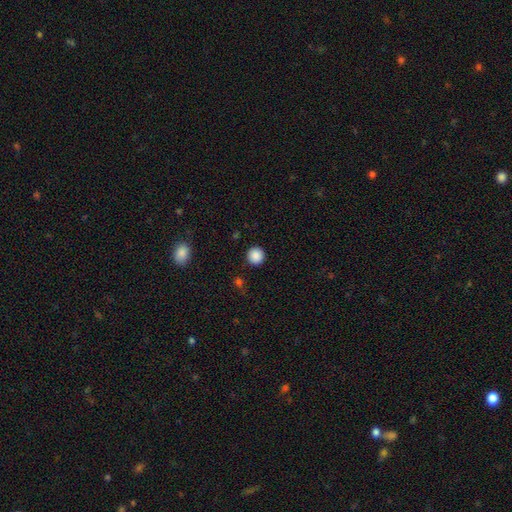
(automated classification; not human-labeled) A smooth galaxy with no disk features (88%) that is round (94%).

Vote fractions:
- Smooth or featured? smooth: 88% / star or artifact: 9% / featured or disk: 3%
- How rounded? round: 94% / in between: 5% / cigar-shaped: 1%
- Merging? none: 91% / minor disturbance: 6% / major disturbance: 2% / merger: 1%